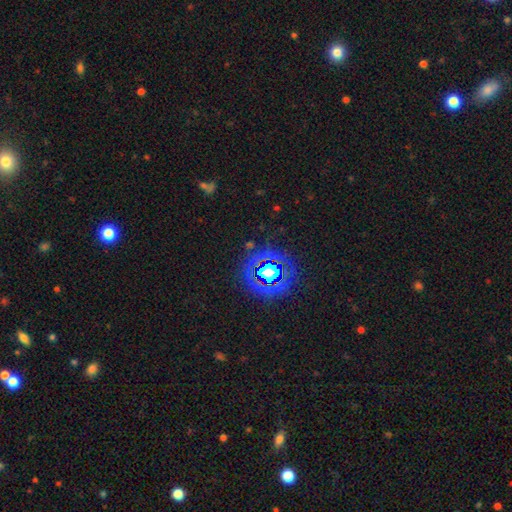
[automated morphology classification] smooth-or-featured: star or artifact: 80% | smooth: 13% | featured or disk: 7%